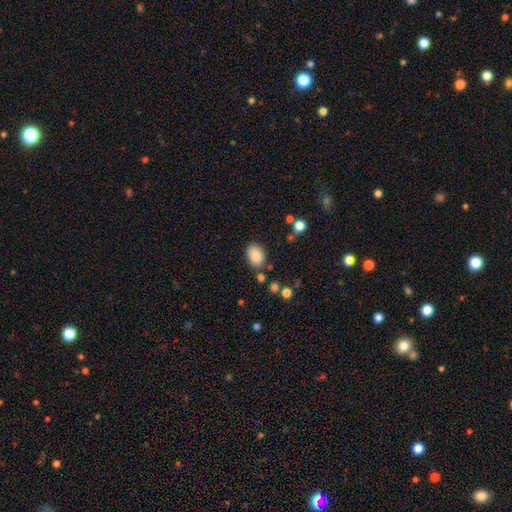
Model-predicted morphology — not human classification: Q: Smooth or featured?
A: smooth (87%); runner-up: star or artifact (8%)
Q: How rounded?
A: in between (79%); runner-up: round (20%)
Q: Merging?
A: none (80%); runner-up: minor disturbance (13%)